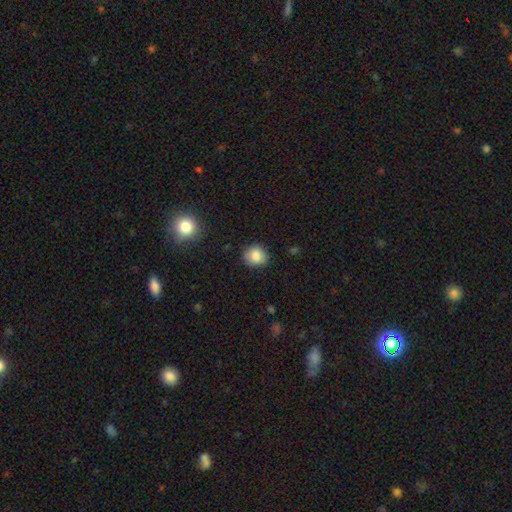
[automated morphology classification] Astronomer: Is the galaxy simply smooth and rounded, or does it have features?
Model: smooth — 84%.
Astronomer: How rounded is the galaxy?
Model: round — 79%.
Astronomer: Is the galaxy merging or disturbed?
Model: none — 83%.